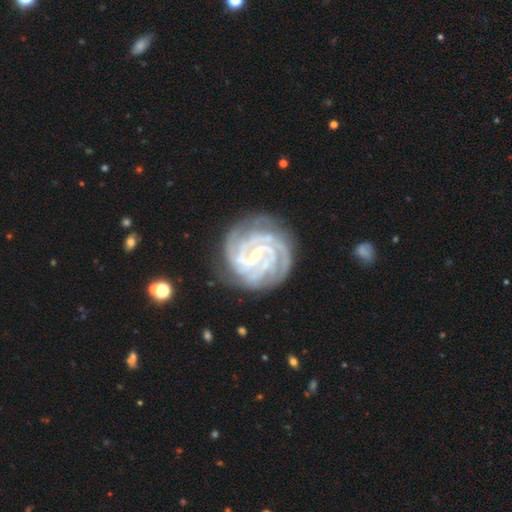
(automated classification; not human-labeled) Smooth or featured: featured or disk — 92% (star or artifact — 4%)
Edge-on disk: no — 98% (yes — 2%)
Bar: weak — 45% (strong — 31%)
Spiral arms: yes — 99% (no — 1%)
Spiral winding: tight — 76% (medium — 21%)
Spiral arm count: 4 — 34% (3 — 28%)
Bulge size: small — 74% (moderate — 22%)
Merging: none — 79% (minor disturbance — 15%)